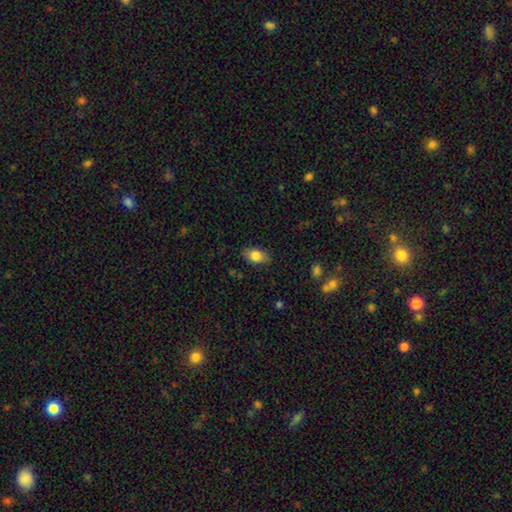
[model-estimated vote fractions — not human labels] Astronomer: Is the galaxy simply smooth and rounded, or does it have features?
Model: smooth — 83%.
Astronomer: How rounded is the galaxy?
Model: in between — 88%.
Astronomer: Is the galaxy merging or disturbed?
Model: none — 83%.